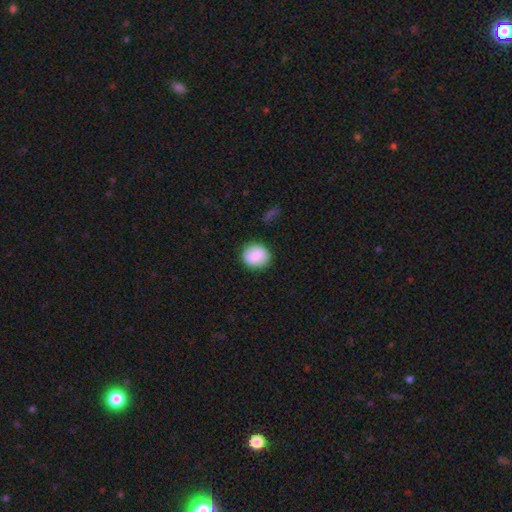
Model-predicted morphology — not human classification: Smooth or featured: smooth — 85% (featured or disk — 8%)
How rounded: round — 75% (in between — 24%)
Merging: none — 86% (minor disturbance — 10%)